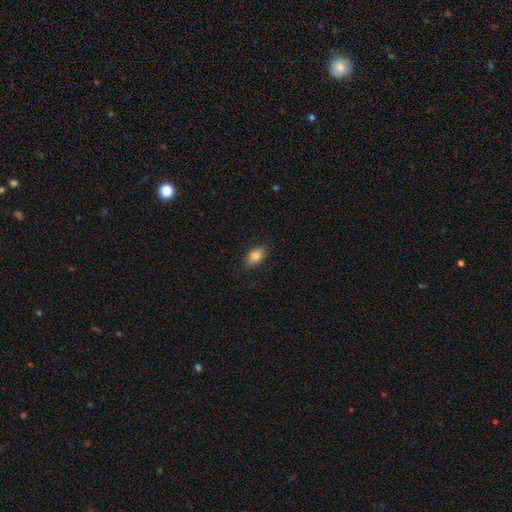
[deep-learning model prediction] Smooth or featured? smooth (83%)
How rounded? in between (87%)
Merging? none (84%)